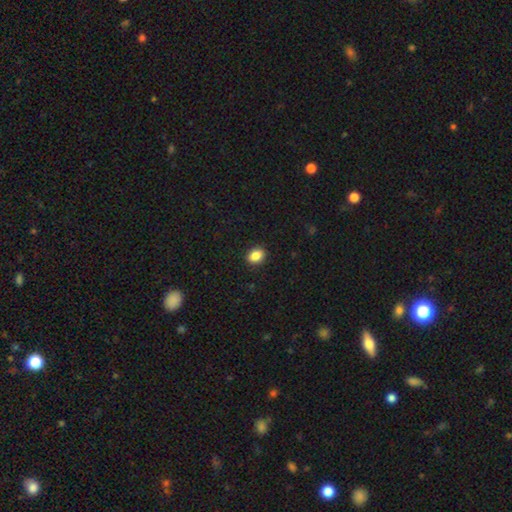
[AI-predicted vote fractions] Smooth or featured?
  - smooth: 87% *
  - star or artifact: 9%
  - featured or disk: 4%
How rounded?
  - in between: 60% *
  - round: 39%
  - cigar-shaped: 1%
Merging?
  - none: 91% *
  - minor disturbance: 7%
  - major disturbance: 2%
  - merger: 1%